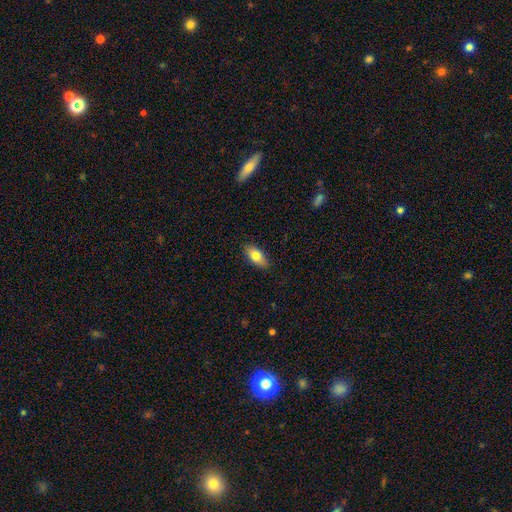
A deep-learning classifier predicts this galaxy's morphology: A smooth galaxy with no disk features (78%) that is in between round and cigar-shaped (88%). Merging: none (87%).